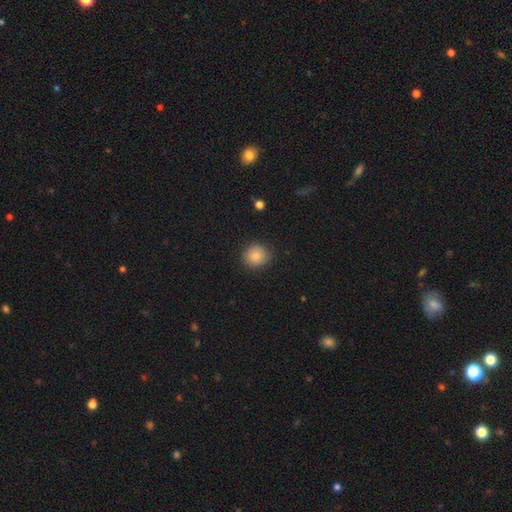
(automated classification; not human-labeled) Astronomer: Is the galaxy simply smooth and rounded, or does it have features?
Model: smooth — 85%.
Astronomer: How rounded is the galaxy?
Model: round — 88%.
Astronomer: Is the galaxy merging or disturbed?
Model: none — 86%.